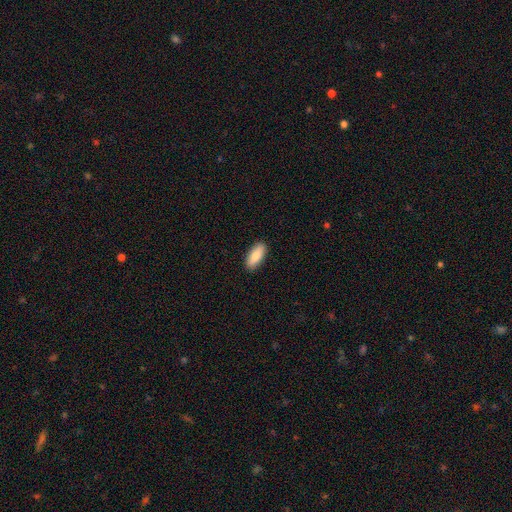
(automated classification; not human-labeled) smooth-or-featured: smooth: 84% | featured or disk: 10% | star or artifact: 6%
  how-rounded: in between: 80% | cigar-shaped: 18% | round: 2%
  merging: none: 90% | minor disturbance: 8% | major disturbance: 2% | merger: 1%